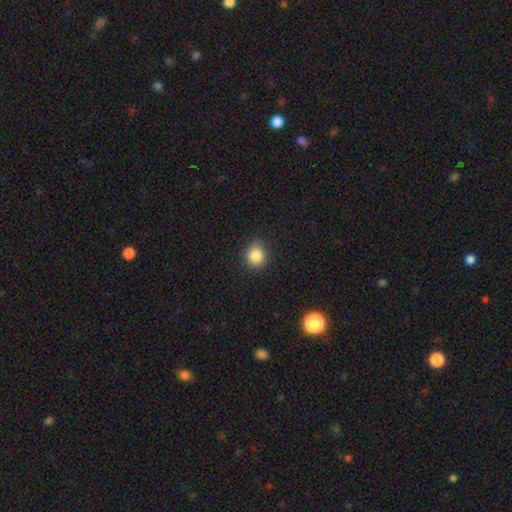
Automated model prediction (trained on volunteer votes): smooth 84%, star or artifact 11%, featured or disk 5%. Down the decision tree: how rounded — round (74%); merging — none (82%).